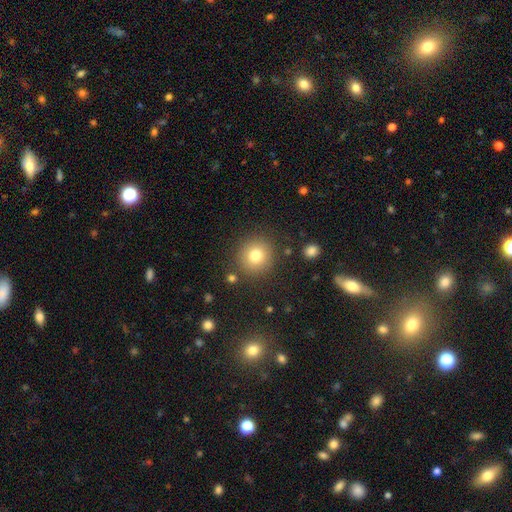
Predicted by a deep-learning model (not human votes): Smooth or featured?
  - smooth: 78% *
  - star or artifact: 12%
  - featured or disk: 9%
How rounded?
  - round: 92% *
  - in between: 7%
  - cigar-shaped: 1%
Merging?
  - none: 86% *
  - minor disturbance: 8%
  - major disturbance: 3%
  - merger: 3%